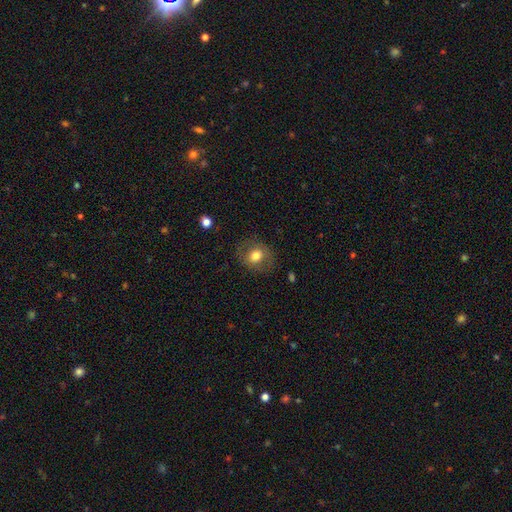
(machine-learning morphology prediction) type=smooth (69%); roundness=round (62%); merging=none (78%).